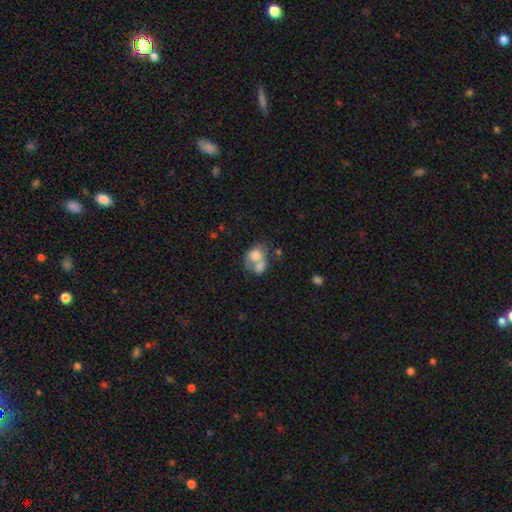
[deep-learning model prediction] The model was most divided on "how rounded": in between: 61%, round: 38%, cigar-shaped: 1%. More confident: smooth or featured — smooth (69%); merging — merger (65%).